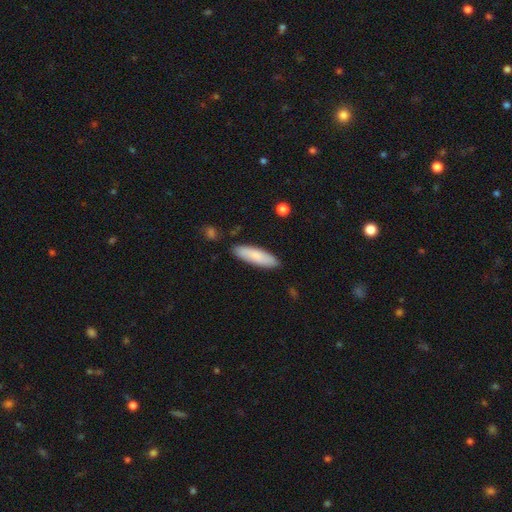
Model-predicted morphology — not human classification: A smooth galaxy with no disk features (82%) that is cigar-shaped (60%). Merging: none (87%).